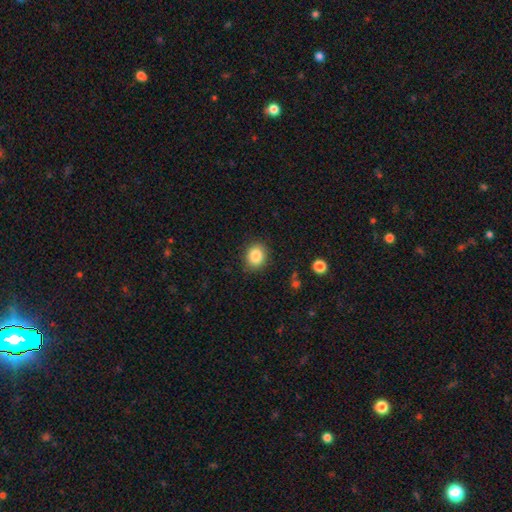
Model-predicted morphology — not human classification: smooth_or_featured: smooth (p=0.86) [alt: star or artifact p=0.09]
how_rounded: round (p=0.61) [alt: in between p=0.38]
merging: none (p=0.87) [alt: minor disturbance p=0.09]